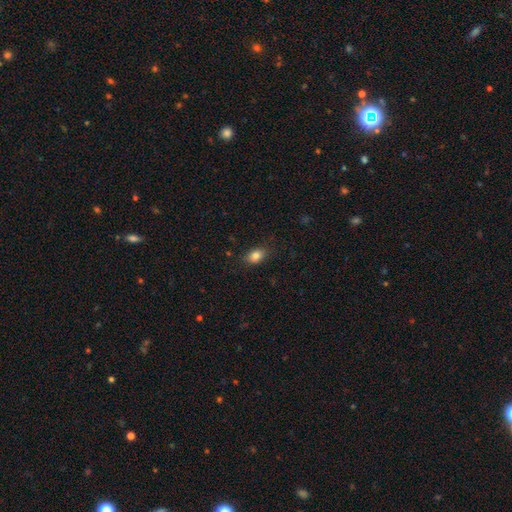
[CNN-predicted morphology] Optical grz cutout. It shows a smooth galaxy with no disk features (83%) that is in between round and cigar-shaped (80%). Merging: none (83%).